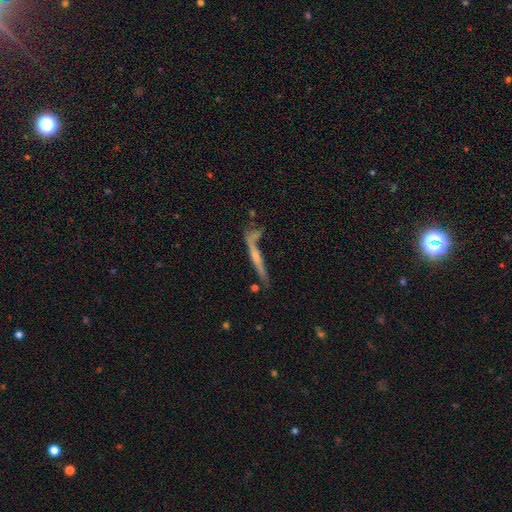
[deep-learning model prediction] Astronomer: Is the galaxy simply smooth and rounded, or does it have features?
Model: featured or disk — 63%.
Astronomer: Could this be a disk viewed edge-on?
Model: yes — 88%.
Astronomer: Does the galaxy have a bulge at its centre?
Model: rounded — 60%.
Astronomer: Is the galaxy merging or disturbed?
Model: none — 52%.